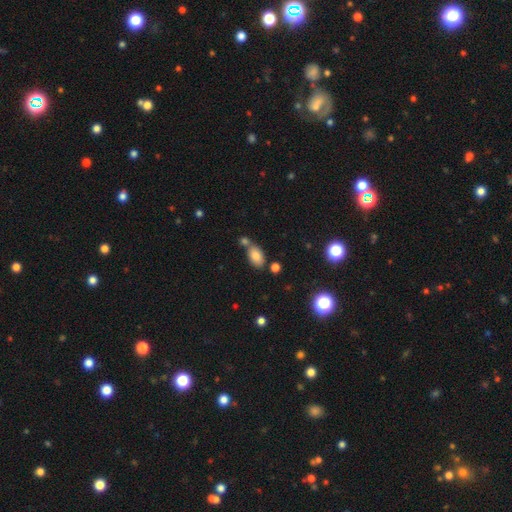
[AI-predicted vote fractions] The model was most divided on "merging": none: 58%, merger: 26%, minor disturbance: 13%, major disturbance: 4%. More confident: how rounded — in between (90%); smooth or featured — smooth (79%).